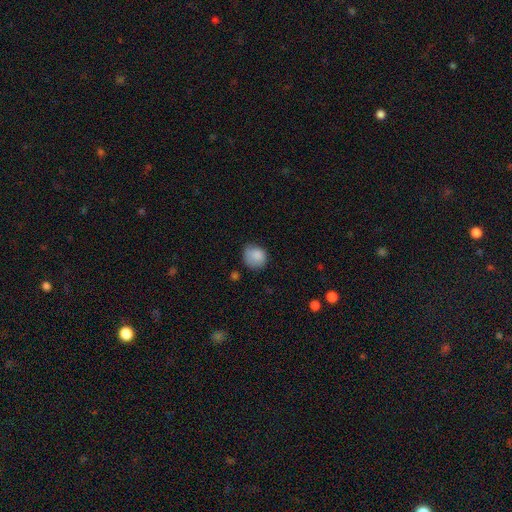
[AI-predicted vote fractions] Smooth or featured? smooth (85%)
How rounded? round (75%)
Merging? none (62%)